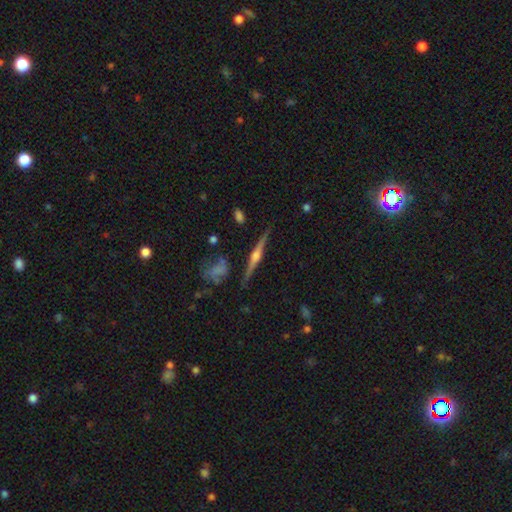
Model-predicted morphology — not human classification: The model was most divided on "smooth or featured": featured or disk: 83%, smooth: 11%, star or artifact: 6%. More confident: edge-on disk — yes (98%); edge-on bulge — rounded (92%); merging — none (86%).